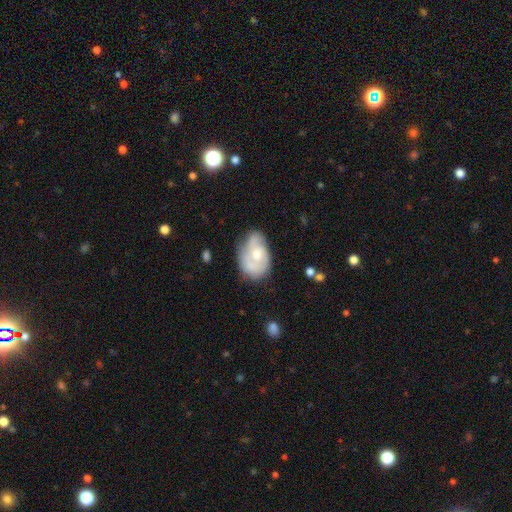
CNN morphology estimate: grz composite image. It shows a featured or disk galaxy (56%) with no bar (71%), spiral arms (73%) and a moderate central bulge (57%). Merging: none (52%).